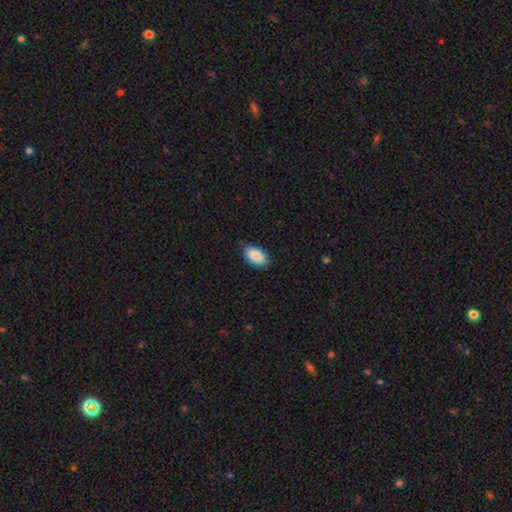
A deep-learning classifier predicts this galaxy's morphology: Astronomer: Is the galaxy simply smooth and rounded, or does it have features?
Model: smooth — 88%.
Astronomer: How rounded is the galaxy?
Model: in between — 95%.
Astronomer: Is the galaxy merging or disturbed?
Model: none — 87%.